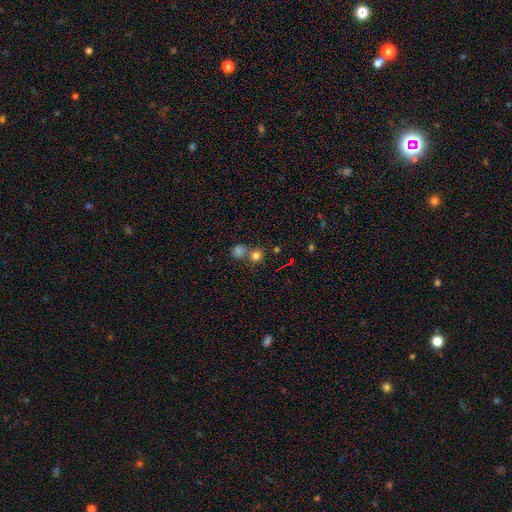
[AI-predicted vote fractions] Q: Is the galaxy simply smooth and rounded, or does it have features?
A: smooth — 76%.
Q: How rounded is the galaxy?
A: round — 84%.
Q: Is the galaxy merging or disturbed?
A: none — 58%.